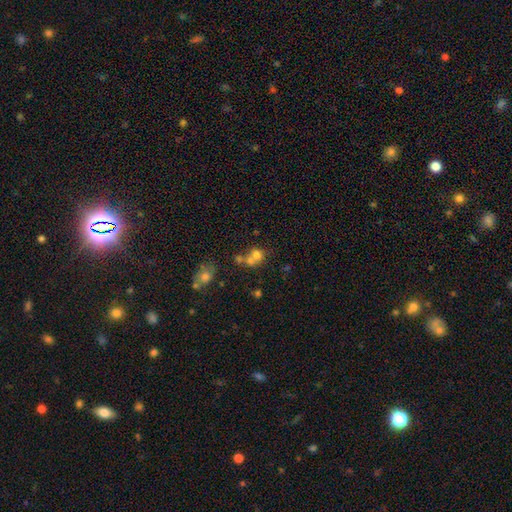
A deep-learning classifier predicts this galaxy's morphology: Smooth or featured: smooth — 66% (featured or disk — 18%)
How rounded: round — 68% (in between — 30%)
Merging: merger — 53% (none — 33%)